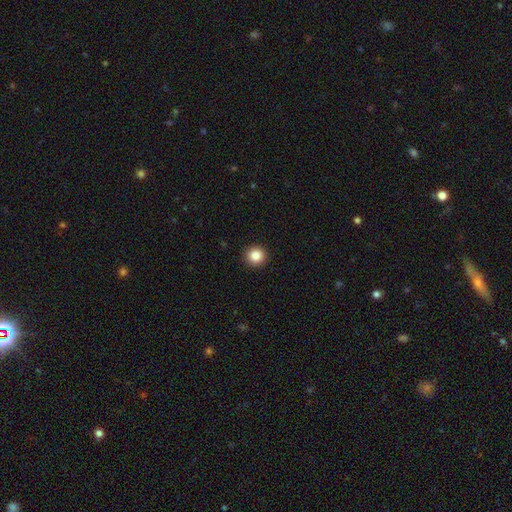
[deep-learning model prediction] This is clearly a smooth galaxy (85%). How rounded: clearly round (94%). Merging: clearly none (93%).